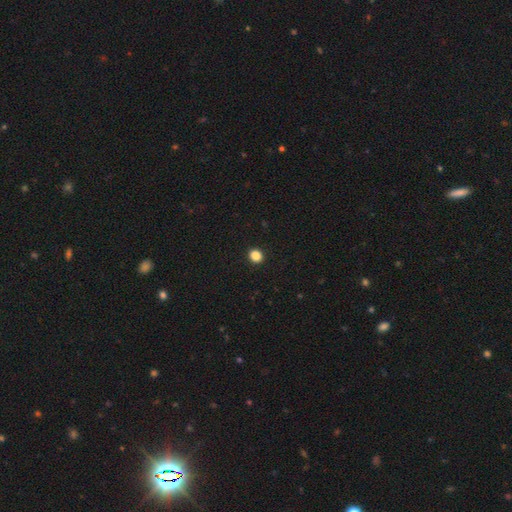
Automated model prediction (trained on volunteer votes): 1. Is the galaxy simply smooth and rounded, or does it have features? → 86% smooth, 11% star or artifact, 3% featured or disk.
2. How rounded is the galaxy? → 81% round, 18% in between, 1% cigar-shaped.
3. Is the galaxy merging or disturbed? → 93% none, 4% minor disturbance, 1% major disturbance, 1% merger.